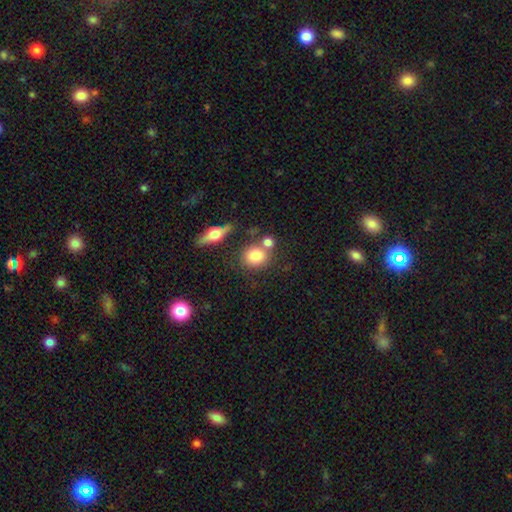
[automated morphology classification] This appears to be a smooth galaxy with no disk features (78%) that is round (68%). Merging: none (62%).